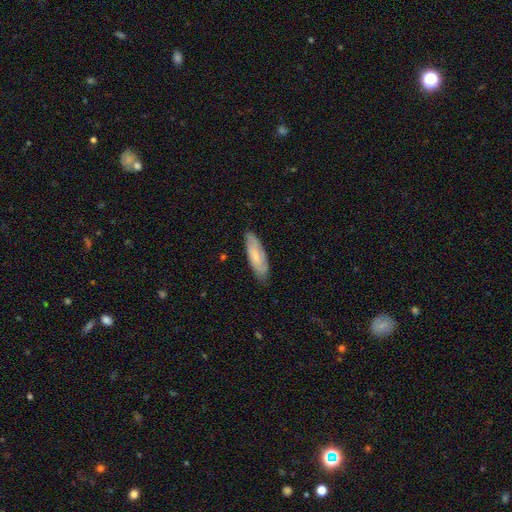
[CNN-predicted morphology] type=smooth (59%); roundness=in between (53%); merging=none (80%).